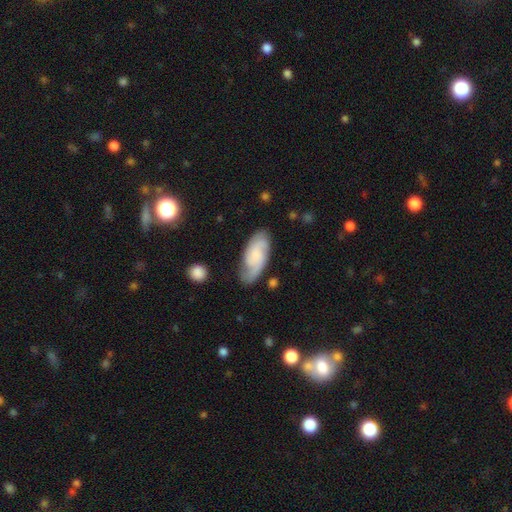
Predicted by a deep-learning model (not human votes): Smooth or featured: featured or disk — 63% (smooth — 31%)
Edge-on disk: no — 94% (yes — 6%)
Bar: no — 63% (weak — 32%)
Spiral arms: yes — 94% (no — 6%)
Spiral winding: medium — 45% (tight — 33%)
Spiral arm count: 2 — 63% (can't tell — 15%)
Bulge size: small — 41% (none — 31%)
Merging: none — 74% (minor disturbance — 18%)